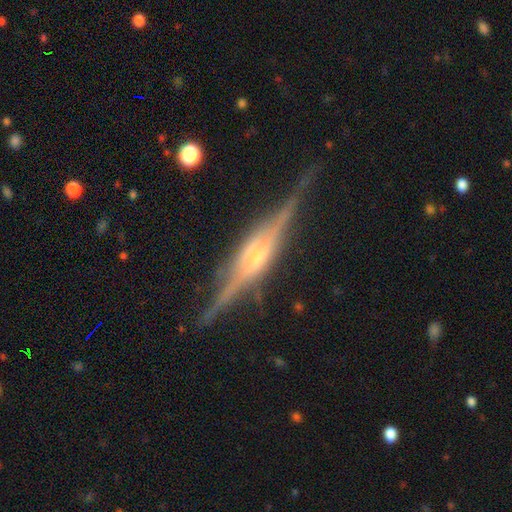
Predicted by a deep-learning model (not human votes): smooth-or-featured: featured or disk: 86% | smooth: 8% | star or artifact: 6%
  disk-edge-on: yes: 97% | no: 3%
    edge-on-bulge: rounded: 69% | boxy: 25% | none: 7%
  merging: none: 81% | minor disturbance: 14% | major disturbance: 3% | merger: 2%